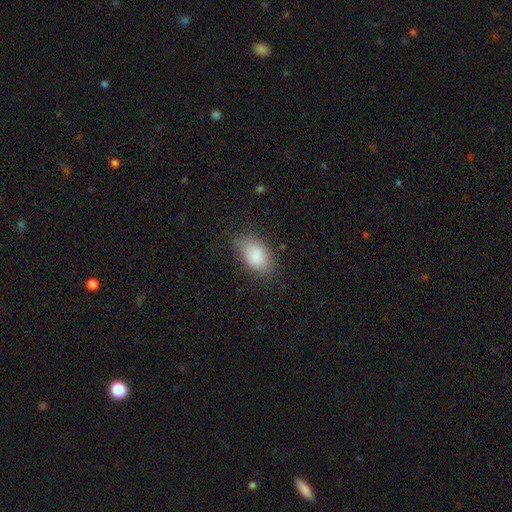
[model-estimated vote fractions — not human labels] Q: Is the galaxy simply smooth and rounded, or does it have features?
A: smooth — 86%.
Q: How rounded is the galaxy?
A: in between — 92%.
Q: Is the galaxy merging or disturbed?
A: none — 70%.